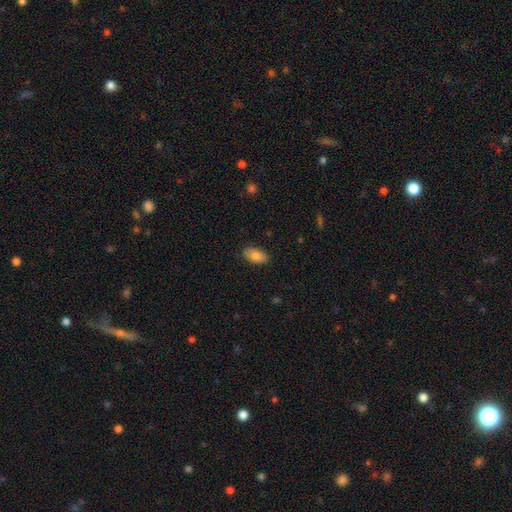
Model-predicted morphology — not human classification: Smooth or featured?
  - smooth: 85% *
  - featured or disk: 8%
  - star or artifact: 7%
How rounded?
  - in between: 94% *
  - round: 4%
  - cigar-shaped: 3%
Merging?
  - none: 85% *
  - minor disturbance: 11%
  - major disturbance: 2%
  - merger: 1%